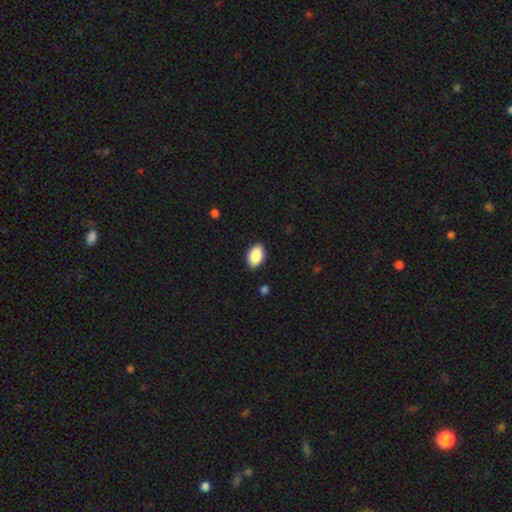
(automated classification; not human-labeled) Overall: smooth (89%). How rounded: in between (93%). Merging: none (88%).